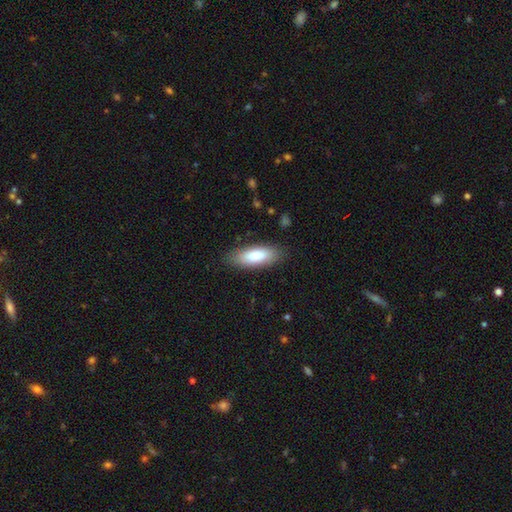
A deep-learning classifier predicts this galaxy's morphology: This appears to be a smooth galaxy with no disk features (84%) that is in between round and cigar-shaped (72%). Merging: none (84%).